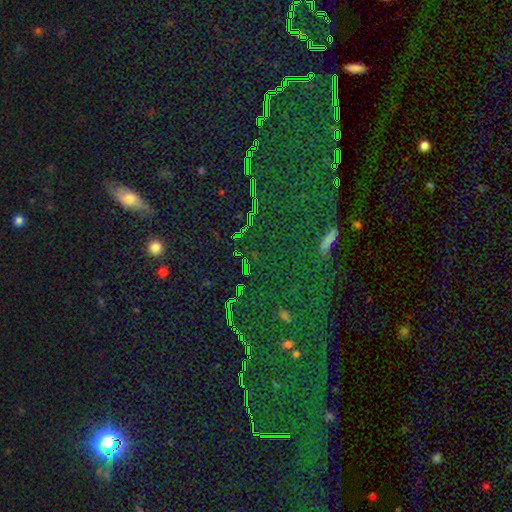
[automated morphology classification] This appears to be a star or artifact, not a galaxy (67%).